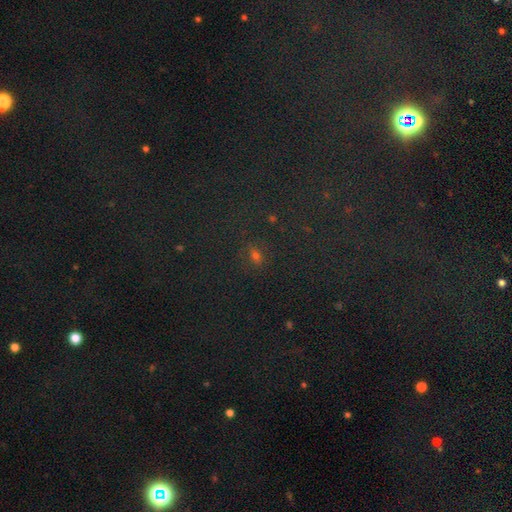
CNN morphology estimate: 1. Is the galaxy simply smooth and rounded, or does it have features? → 49% smooth, 41% star or artifact, 10% featured or disk.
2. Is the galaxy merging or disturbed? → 83% none, 11% minor disturbance, 4% major disturbance, 2% merger.